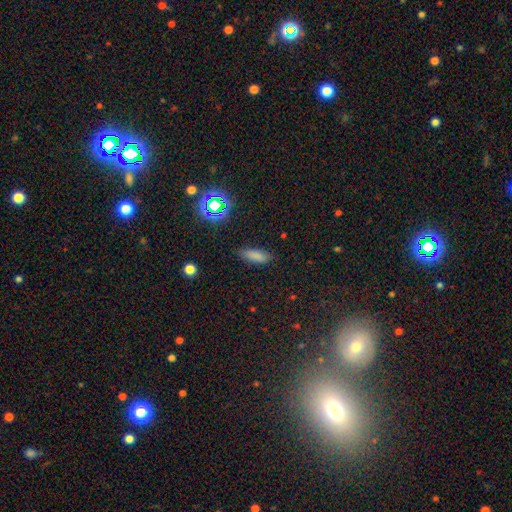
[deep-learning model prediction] Smooth or featured?
  - smooth: 79% *
  - star or artifact: 14%
  - featured or disk: 7%
How rounded?
  - in between: 60% *
  - cigar-shaped: 38%
  - round: 3%
Merging?
  - none: 82% *
  - minor disturbance: 13%
  - major disturbance: 3%
  - merger: 1%